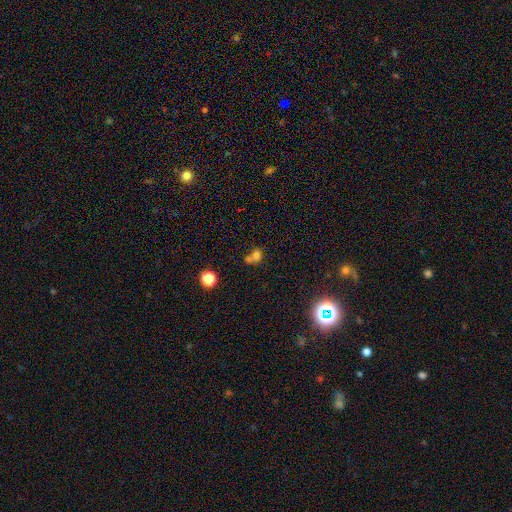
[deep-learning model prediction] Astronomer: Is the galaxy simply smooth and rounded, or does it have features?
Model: smooth — 67%.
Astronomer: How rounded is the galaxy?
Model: round — 61% (runner-up: in between, 38%).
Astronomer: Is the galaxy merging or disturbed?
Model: merger — 57%.